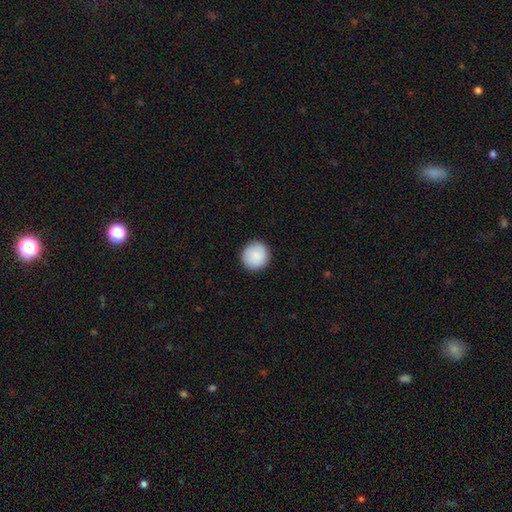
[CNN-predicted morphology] Q: Smooth or featured?
A: smooth (89%); runner-up: star or artifact (7%)
Q: How rounded?
A: round (94%); runner-up: in between (5%)
Q: Merging?
A: none (91%); runner-up: minor disturbance (6%)